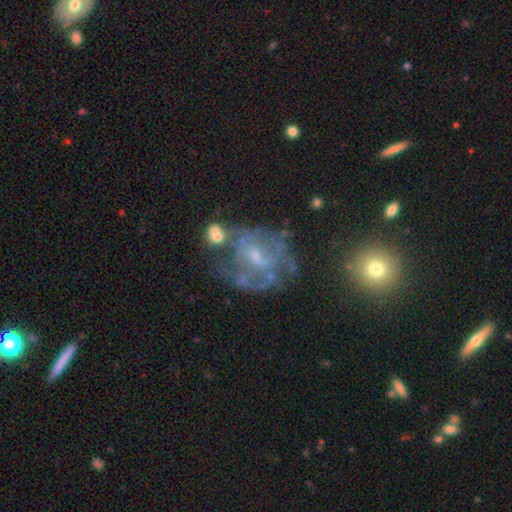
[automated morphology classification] Q: Smooth or featured?
A: featured or disk (68%); runner-up: smooth (18%)
Q: Edge-on disk?
A: no (97%); runner-up: yes (3%)
Q: Bar?
A: no (60%); runner-up: weak (33%)
Q: Spiral arms?
A: no (53%); runner-up: yes (47%)
Q: Bulge size?
A: small (54%); runner-up: moderate (31%)
Q: Merging?
A: none (40%); runner-up: major disturbance (26%)